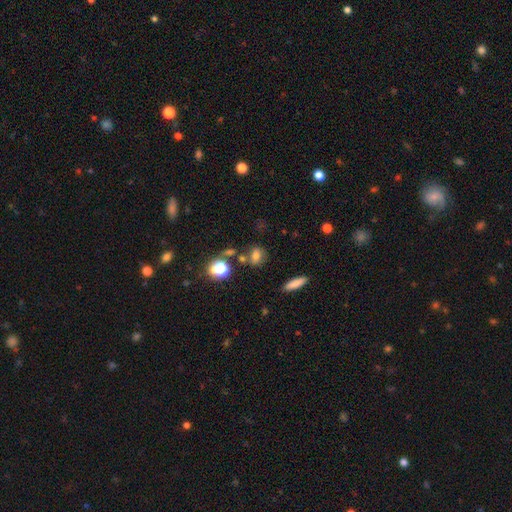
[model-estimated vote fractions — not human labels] The model was most divided on "how rounded": in between: 50%, round: 46%, cigar-shaped: 4%. More confident: smooth or featured — smooth (66%); merging — none (66%).